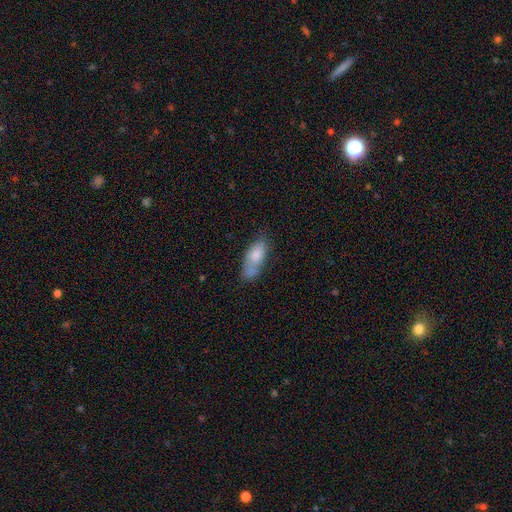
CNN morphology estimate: The model was most divided on "merging": none: 46%, minor disturbance: 26%, merger: 18%, major disturbance: 9%. More confident: how rounded — in between (77%); smooth or featured — smooth (75%).